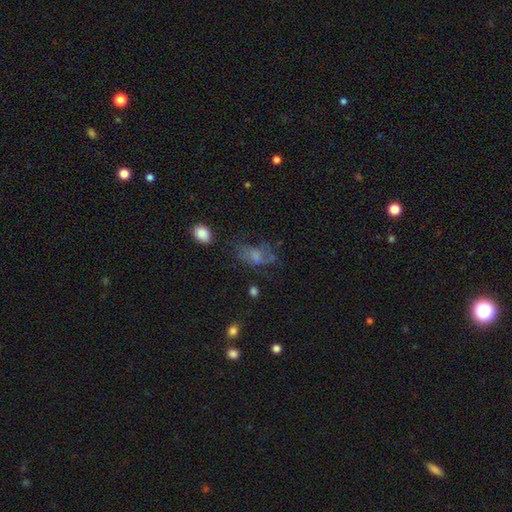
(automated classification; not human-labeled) Overall: smooth (48%; featured or disk 33%). Merging: none (40%; major disturbance 32%).